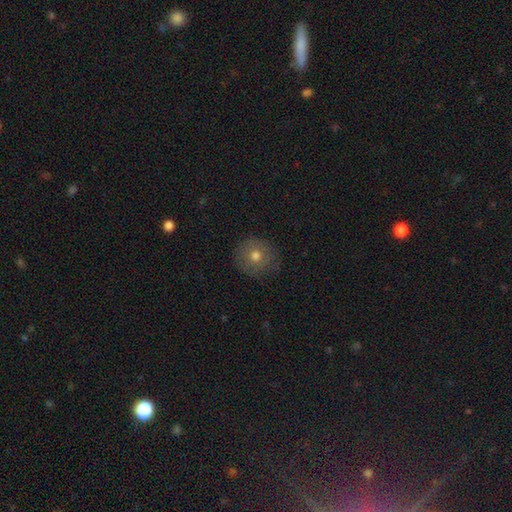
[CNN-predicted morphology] A smooth galaxy with no disk features (69%) that is round (92%).

Vote fractions:
- Smooth or featured? smooth: 69% / featured or disk: 18% / star or artifact: 13%
- How rounded? round: 92% / in between: 7% / cigar-shaped: 1%
- Merging? none: 86% / minor disturbance: 10% / major disturbance: 3% / merger: 1%